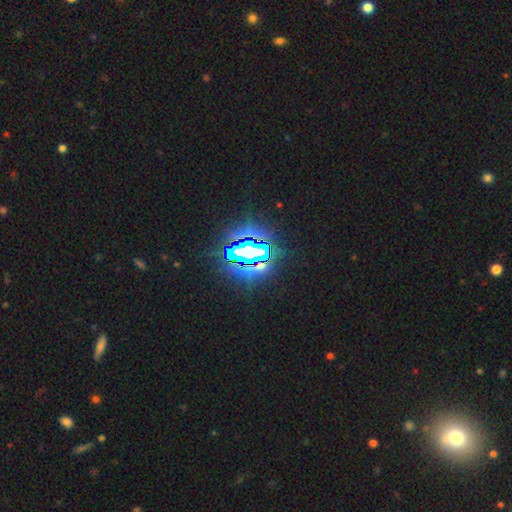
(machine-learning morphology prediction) Smooth or featured?
  - star or artifact: 78% *
  - featured or disk: 11%
  - smooth: 11%